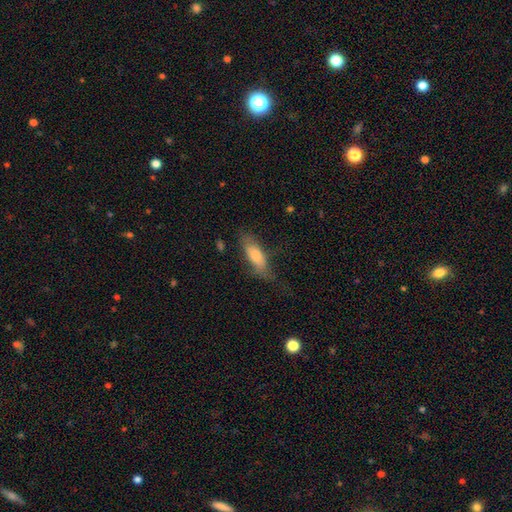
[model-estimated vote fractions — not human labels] Smooth or featured? smooth (76%)
How rounded? in between (66%)
Merging? none (50%)